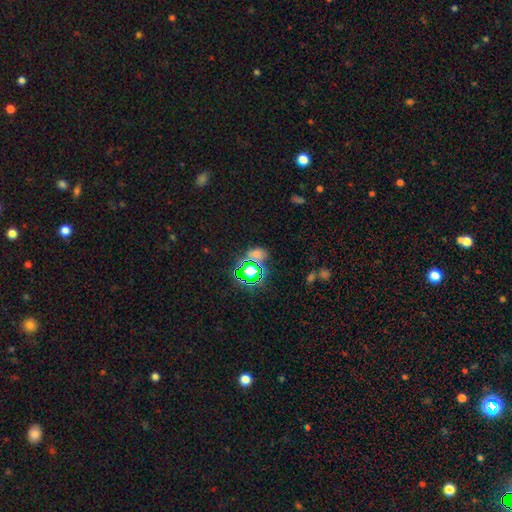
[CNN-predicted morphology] smooth-or-featured: star or artifact: 64% | smooth: 27% | featured or disk: 9%